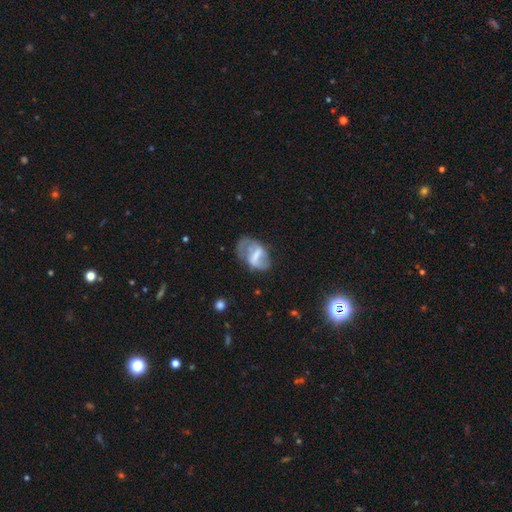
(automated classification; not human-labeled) smooth-or-featured: featured or disk: 57% | smooth: 34% | star or artifact: 8%
  disk-edge-on: no: 95% | yes: 5%
    bar: strong: 47% | weak: 38% | no: 15%
    has-spiral-arms: yes: 52% | no: 48%
    bulge-size: none: 37% | moderate: 27% | small: 24% | large: 11% | dominant: 2%
  merging: none: 43% | minor disturbance: 27% | major disturbance: 26% | merger: 4%